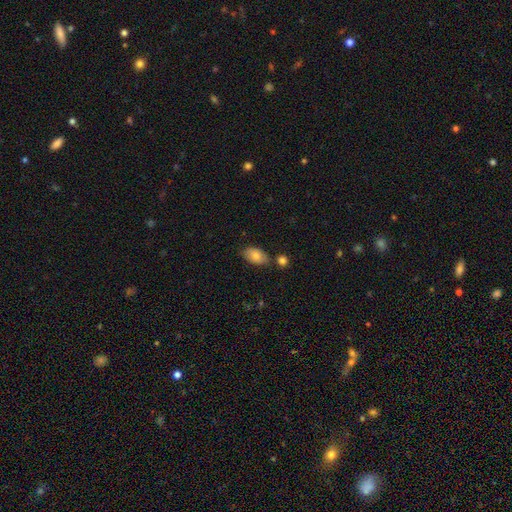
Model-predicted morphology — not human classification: Smooth or featured? Predicted: smooth (p=0.81). How rounded? Predicted: in between (p=0.92). Merging? Predicted: none (p=0.71).